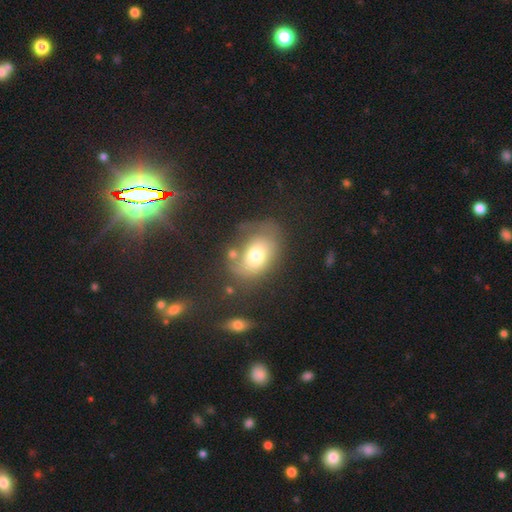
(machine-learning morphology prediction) Smooth or featured? smooth (65%)
How rounded? in between (71%)
Merging? none (42%)